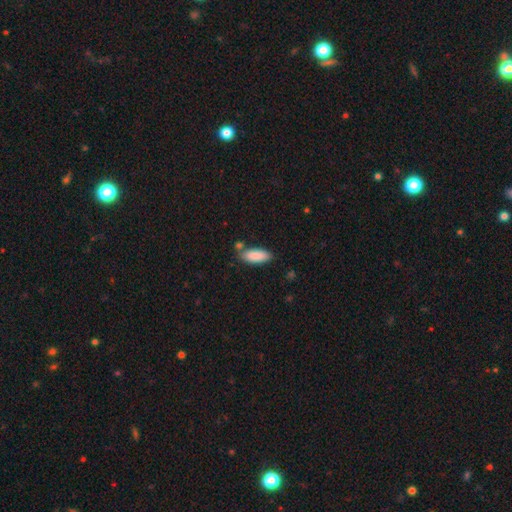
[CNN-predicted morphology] Smooth or featured? Predicted: smooth (p=0.88). How rounded? Predicted: in between (p=0.76). Merging? Predicted: none (p=0.76).